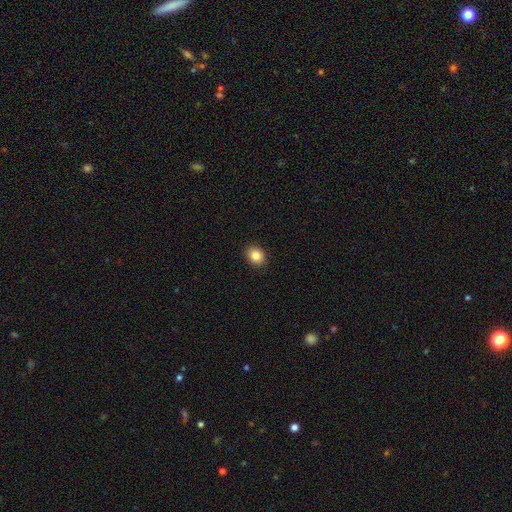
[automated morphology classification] This is clearly a smooth galaxy (85%). How rounded: possibly round (59%). Merging: clearly none (91%).